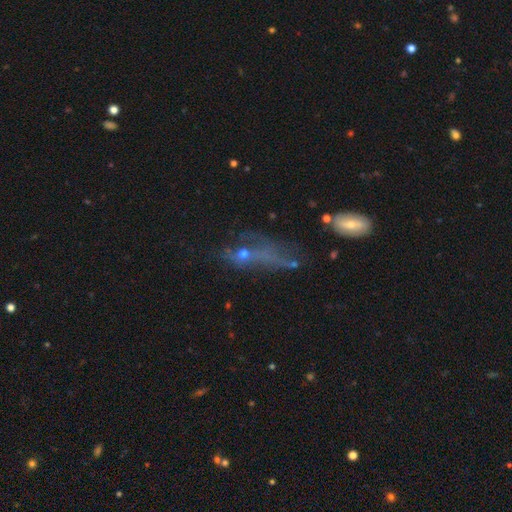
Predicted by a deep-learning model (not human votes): Smooth or featured?
  - featured or disk: 36% *
  - star or artifact: 33%
  - smooth: 30%
Merging?
  - none: 40% *
  - major disturbance: 29%
  - minor disturbance: 20%
  - merger: 10%